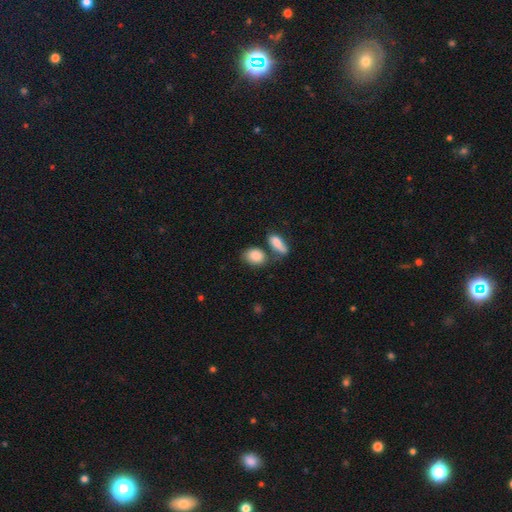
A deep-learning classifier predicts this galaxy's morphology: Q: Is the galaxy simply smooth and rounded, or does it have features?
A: smooth — 86%.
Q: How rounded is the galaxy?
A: in between — 78%.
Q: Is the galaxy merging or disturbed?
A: none — 51%.